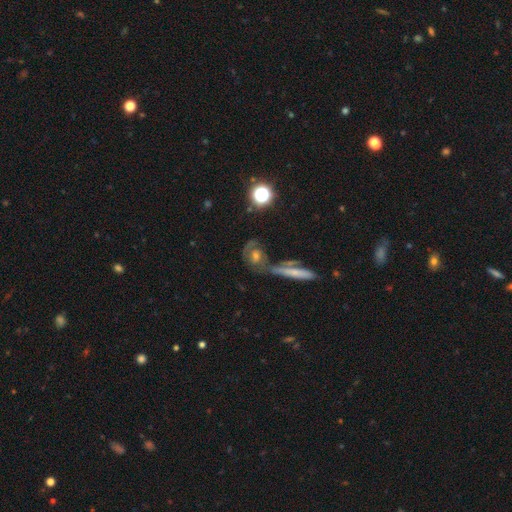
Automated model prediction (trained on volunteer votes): This appears to be a featured or disk galaxy (49%). Merging: none (47%).